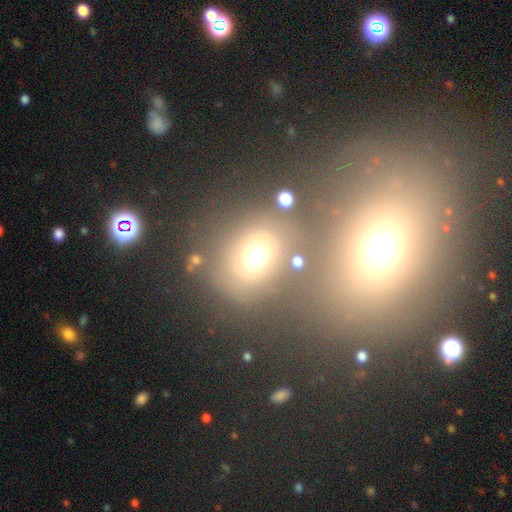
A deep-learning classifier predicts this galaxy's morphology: A smooth galaxy with no disk features (65%) that is round (67%).

Vote fractions:
- Smooth or featured? smooth: 65% / star or artifact: 20% / featured or disk: 15%
- How rounded? round: 67% / in between: 32% / cigar-shaped: 1%
- Merging? none: 64% / merger: 15% / minor disturbance: 12% / major disturbance: 8%